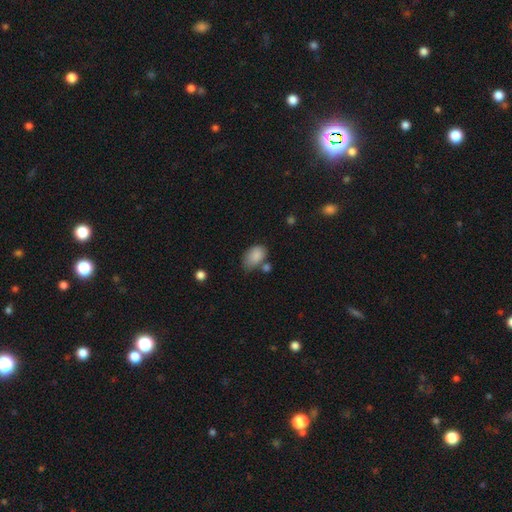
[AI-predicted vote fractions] Smooth or featured: smooth — 86% (star or artifact — 8%)
How rounded: in between — 89% (round — 10%)
Merging: none — 49% (minor disturbance — 29%)